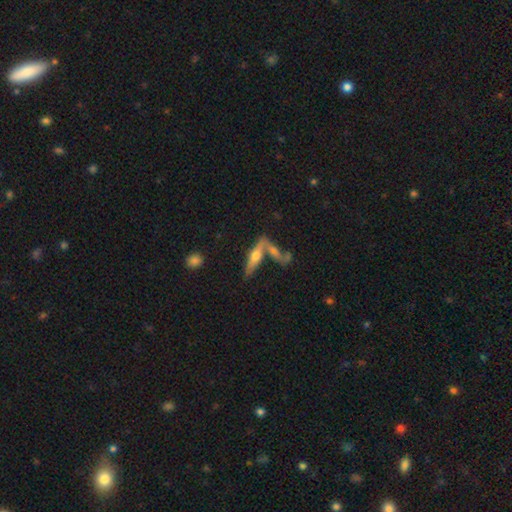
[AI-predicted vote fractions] featured or disk 58%, smooth 34%, star or artifact 8%. Down the decision tree: edge-on disk — yes (86%); edge-on bulge — rounded (91%); merging — none (45%).